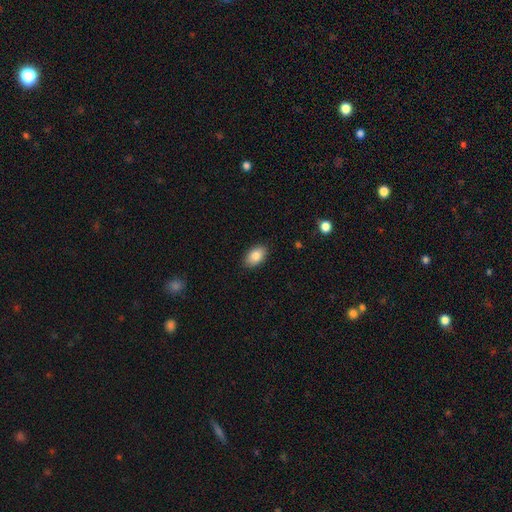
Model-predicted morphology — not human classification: A smooth galaxy with no disk features (84%) that is in between round and cigar-shaped (91%). Merging: none (88%).